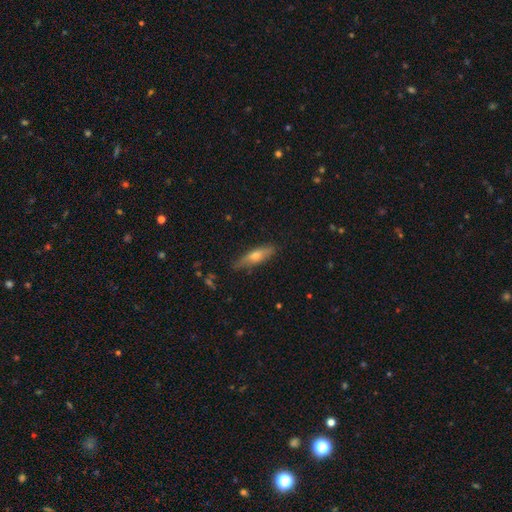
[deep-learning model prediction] Smooth or featured?
  - smooth: 51% *
  - featured or disk: 42%
  - star or artifact: 7%
How rounded?
  - cigar-shaped: 69% *
  - in between: 28%
  - round: 2%
Merging?
  - none: 82% *
  - minor disturbance: 14%
  - major disturbance: 2%
  - merger: 1%